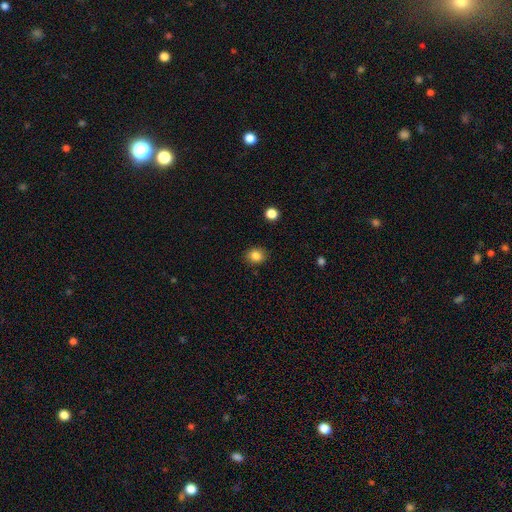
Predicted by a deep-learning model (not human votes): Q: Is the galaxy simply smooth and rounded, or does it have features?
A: smooth — 85%.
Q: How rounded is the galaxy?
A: round — 61%.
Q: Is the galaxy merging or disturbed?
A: none — 87%.